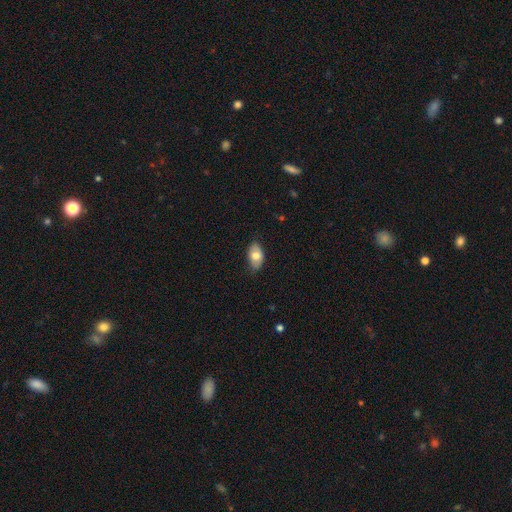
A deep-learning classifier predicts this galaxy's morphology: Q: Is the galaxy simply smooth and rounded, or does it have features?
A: smooth — 73%.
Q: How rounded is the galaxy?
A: in between — 91%.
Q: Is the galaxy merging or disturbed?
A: none — 77%.